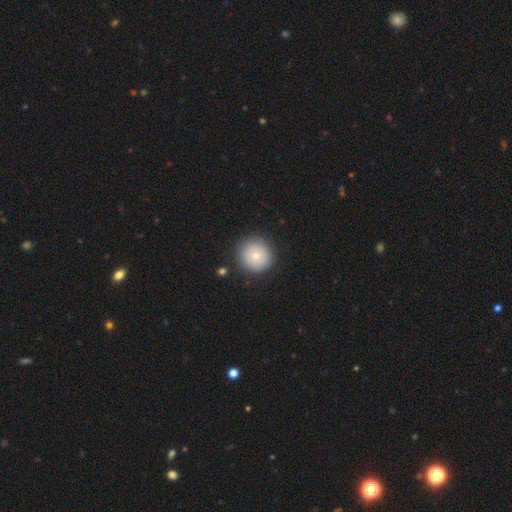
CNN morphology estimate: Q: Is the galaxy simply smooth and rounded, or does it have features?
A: smooth — 74%.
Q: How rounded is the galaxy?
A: round — 95%.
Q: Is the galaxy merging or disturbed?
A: none — 88%.